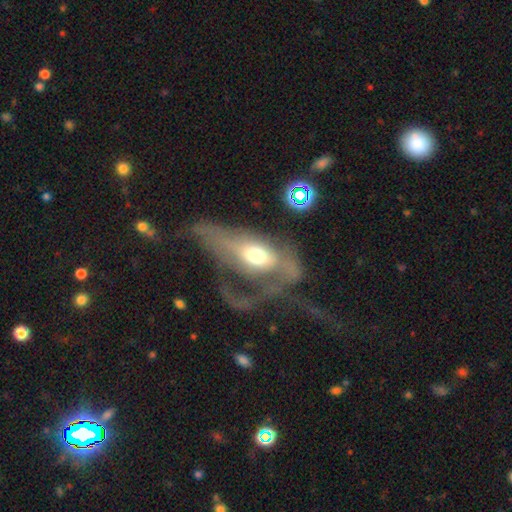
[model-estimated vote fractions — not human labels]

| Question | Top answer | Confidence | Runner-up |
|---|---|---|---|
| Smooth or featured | featured or disk | 58% | smooth (33%) |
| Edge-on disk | no | 79% | yes (21%) |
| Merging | major disturbance | 66% | none (16%) |